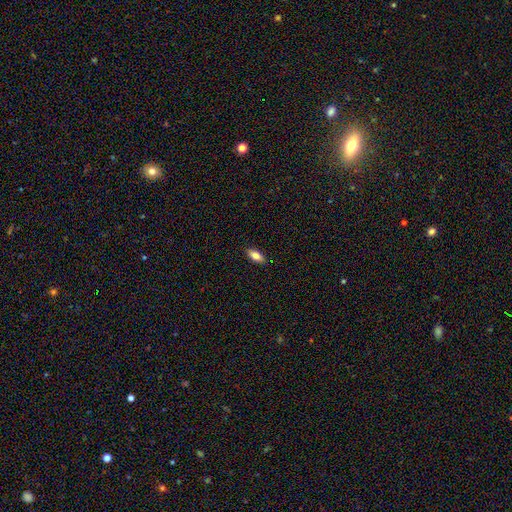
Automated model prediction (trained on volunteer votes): The model was most divided on "smooth or featured": smooth: 75%, featured or disk: 18%, star or artifact: 7%. More confident: merging — none (89%); how rounded — in between (81%).